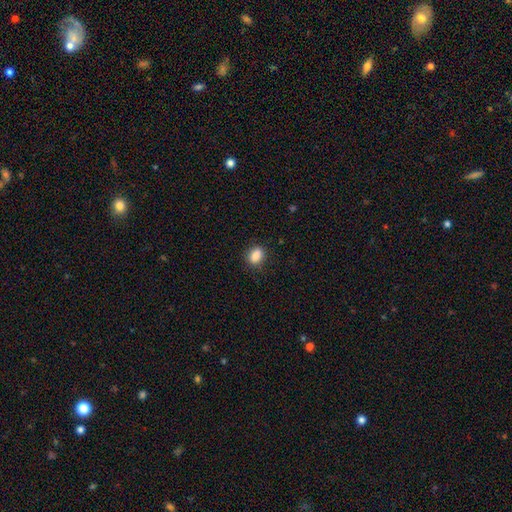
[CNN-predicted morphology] Smooth or featured? Predicted: smooth (p=0.87). How rounded? Predicted: in between (p=0.72). Merging? Predicted: none (p=0.82).